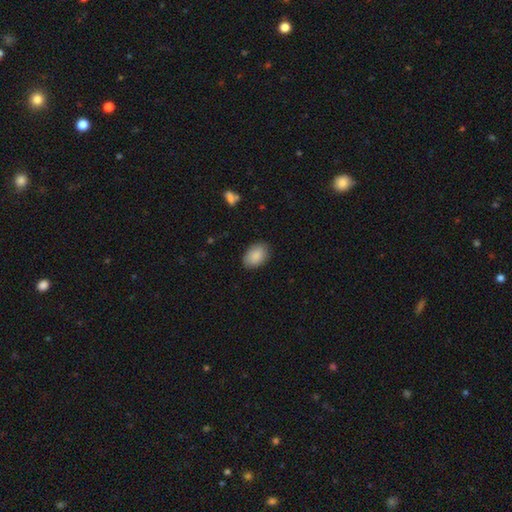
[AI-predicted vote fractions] Smooth or featured? smooth (88%)
How rounded? in between (86%)
Merging? none (85%)